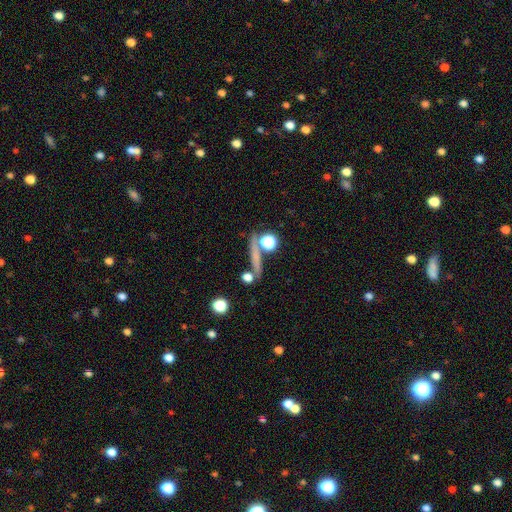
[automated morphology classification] smooth-or-featured: smooth: 54% | featured or disk: 29% | star or artifact: 16%
  how-rounded: cigar-shaped: 61% | round: 26% | in between: 13%
  merging: none: 69% | merger: 13% | minor disturbance: 11% | major disturbance: 6%